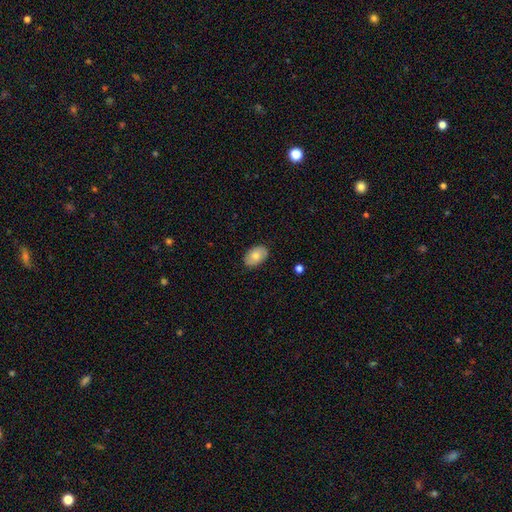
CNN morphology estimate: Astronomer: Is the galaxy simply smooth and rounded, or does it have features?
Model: smooth — 77%.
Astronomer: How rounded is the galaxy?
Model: in between — 88%.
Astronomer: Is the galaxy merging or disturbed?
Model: none — 86%.